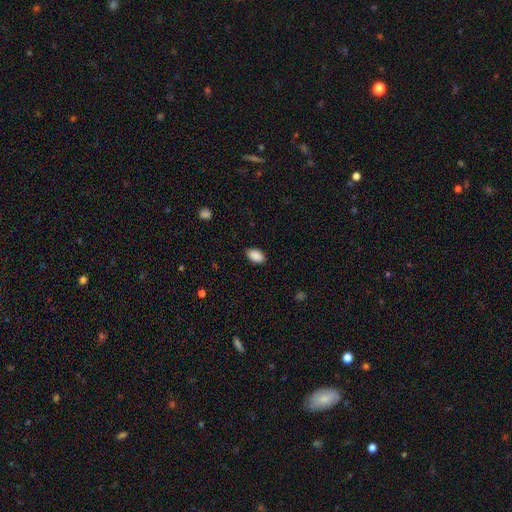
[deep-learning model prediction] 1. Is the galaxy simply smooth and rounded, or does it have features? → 90% smooth, 7% star or artifact, 3% featured or disk.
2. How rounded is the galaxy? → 92% in between, 6% round, 2% cigar-shaped.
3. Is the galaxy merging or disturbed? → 87% none, 9% minor disturbance, 2% major disturbance, 1% merger.